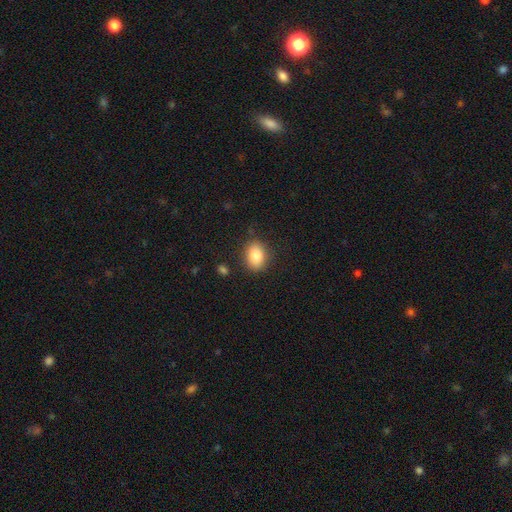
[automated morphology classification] A smooth galaxy with no disk features (84%) that is in between round and cigar-shaped (62%).

Vote fractions:
- Smooth or featured? smooth: 84% / star or artifact: 9% / featured or disk: 7%
- How rounded? in between: 62% / round: 37% / cigar-shaped: 1%
- Merging? none: 84% / minor disturbance: 11% / major disturbance: 3% / merger: 2%